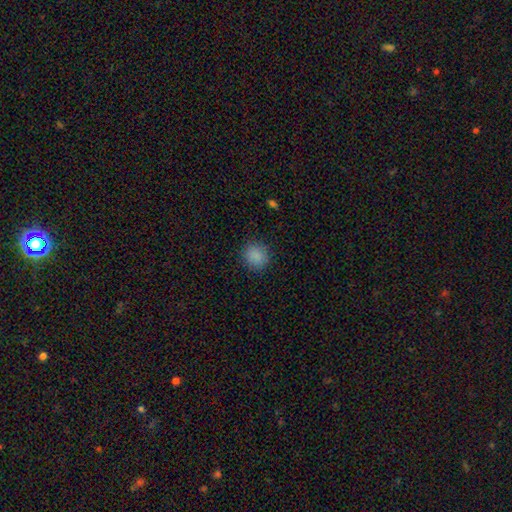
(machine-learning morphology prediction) smooth 87%, star or artifact 10%, featured or disk 3%. Down the decision tree: how rounded — round (85%); merging — none (88%).